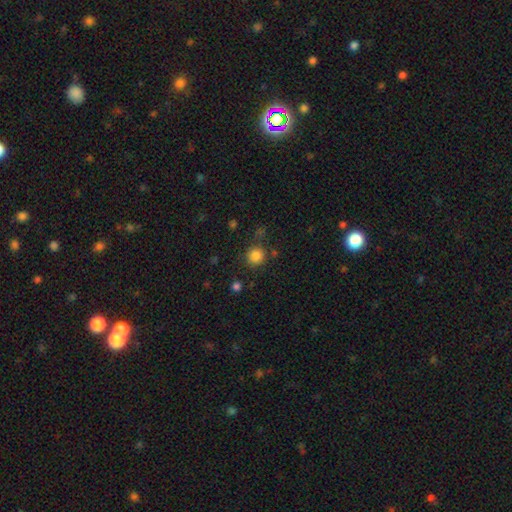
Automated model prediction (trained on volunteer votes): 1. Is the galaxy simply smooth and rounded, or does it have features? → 84% smooth, 12% star or artifact, 4% featured or disk.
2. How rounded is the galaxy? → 91% round, 8% in between, 1% cigar-shaped.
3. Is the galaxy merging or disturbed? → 81% none, 10% minor disturbance, 5% merger, 4% major disturbance.